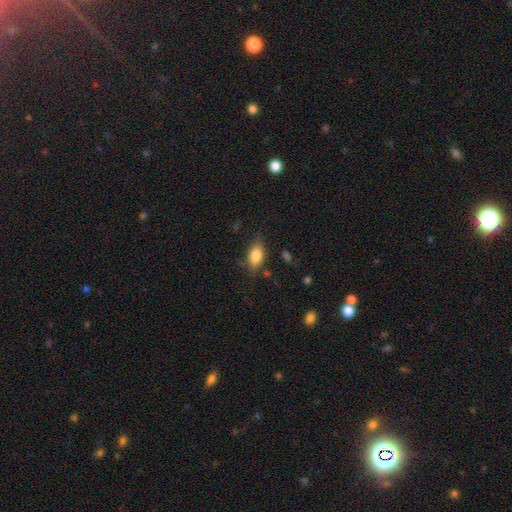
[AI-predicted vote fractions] This is clearly a smooth galaxy (83%). How rounded: clearly in between (88%). Merging: likely none (75%).